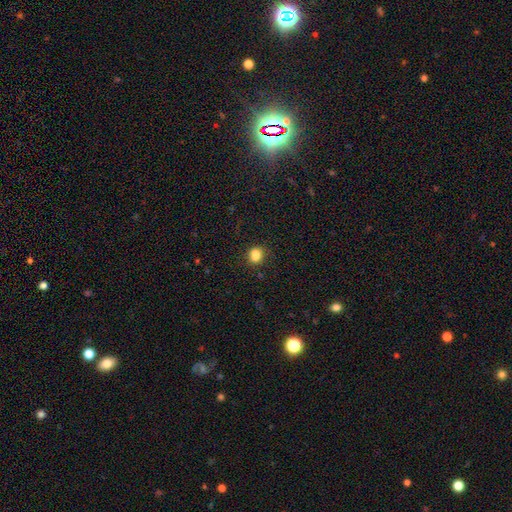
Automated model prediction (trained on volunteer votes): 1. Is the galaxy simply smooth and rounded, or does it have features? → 83% smooth, 12% star or artifact, 5% featured or disk.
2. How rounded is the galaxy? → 62% round, 37% in between, 1% cigar-shaped.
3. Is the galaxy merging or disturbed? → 80% none, 14% minor disturbance, 4% major disturbance, 3% merger.